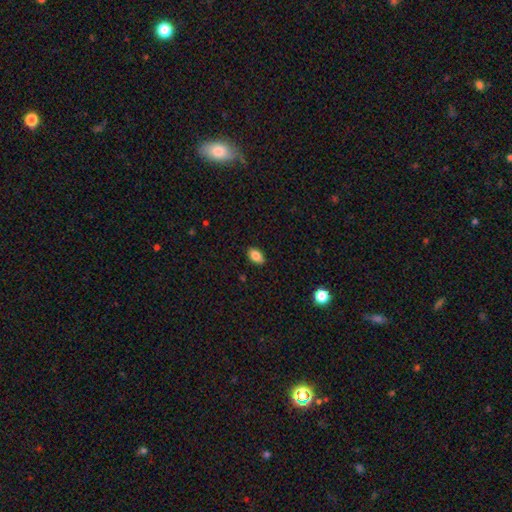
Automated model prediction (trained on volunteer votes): Smooth or featured: smooth — 86% (star or artifact — 8%)
How rounded: in between — 91% (round — 7%)
Merging: none — 88% (minor disturbance — 9%)